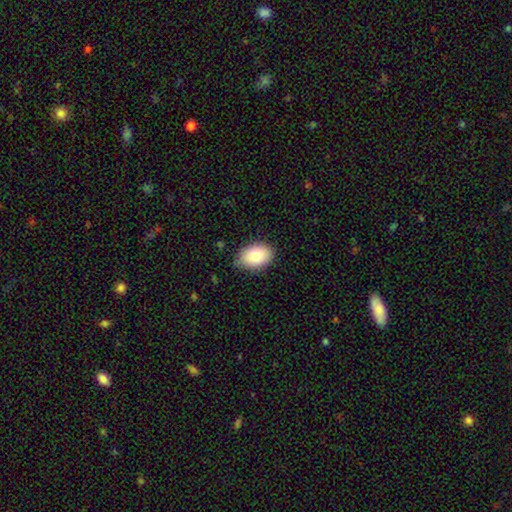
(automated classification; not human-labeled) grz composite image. It shows a smooth galaxy with no disk features (81%) that is in between round and cigar-shaped (84%). Merging: none (77%).